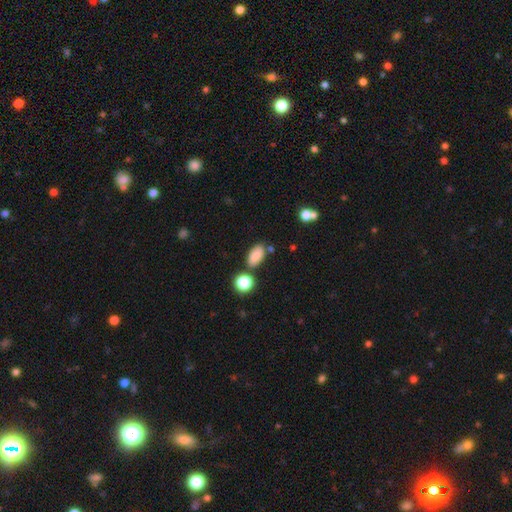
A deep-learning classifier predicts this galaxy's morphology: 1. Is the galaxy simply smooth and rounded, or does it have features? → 85% smooth, 9% star or artifact, 6% featured or disk.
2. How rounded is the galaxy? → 90% in between, 7% round, 4% cigar-shaped.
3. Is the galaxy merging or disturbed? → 74% none, 13% minor disturbance, 9% merger, 3% major disturbance.